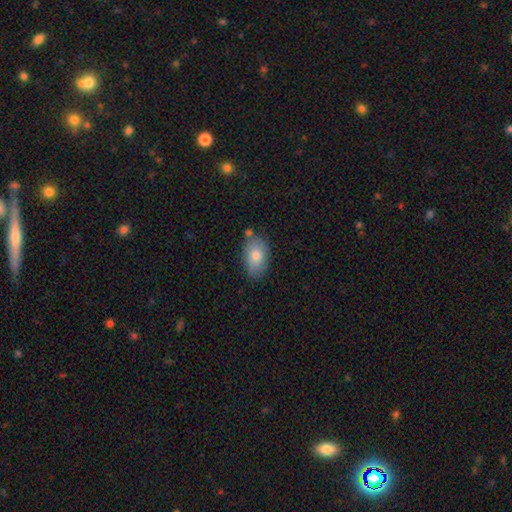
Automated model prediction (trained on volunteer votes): The model was most divided on "merging": none: 74%, minor disturbance: 17%, merger: 6%, major disturbance: 3%. More confident: how rounded — in between (90%); smooth or featured — smooth (79%).